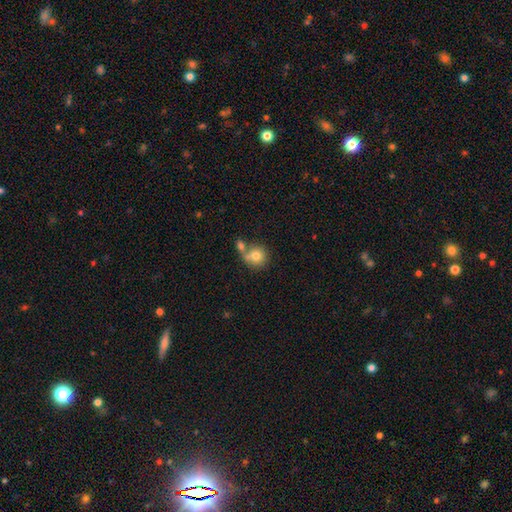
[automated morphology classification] The model was most divided on "merging": merger: 43%, none: 42%, minor disturbance: 10%, major disturbance: 5%. More confident: how rounded — round (87%); smooth or featured — smooth (76%).